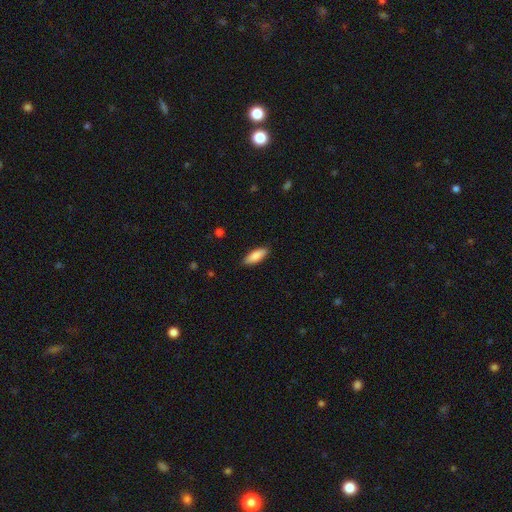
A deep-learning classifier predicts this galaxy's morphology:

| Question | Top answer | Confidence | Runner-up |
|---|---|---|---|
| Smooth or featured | smooth | 85% | featured or disk (9%) |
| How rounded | in between | 68% | cigar-shaped (30%) |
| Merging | none | 87% | minor disturbance (10%) |